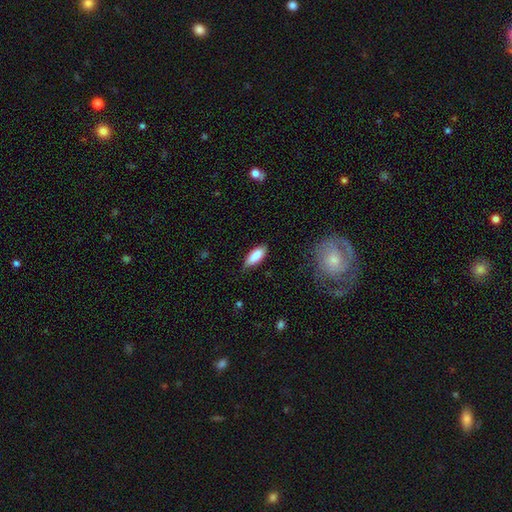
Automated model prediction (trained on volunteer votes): A smooth galaxy with no disk features (86%) that is in between round and cigar-shaped (80%). Merging: none (73%).